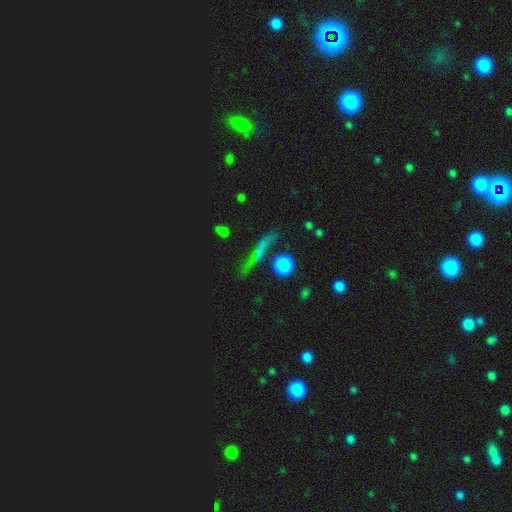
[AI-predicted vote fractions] This is marginally a smooth galaxy (43%). Merging: likely none (72%).